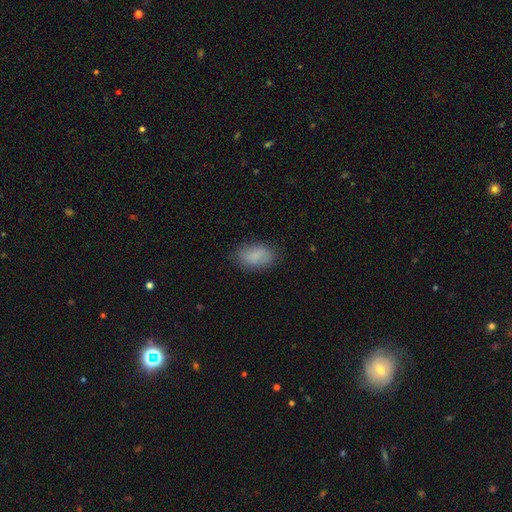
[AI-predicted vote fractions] The model was most divided on "merging": none: 79%, minor disturbance: 16%, major disturbance: 4%, merger: 1%. More confident: how rounded — in between (89%); smooth or featured — smooth (83%).